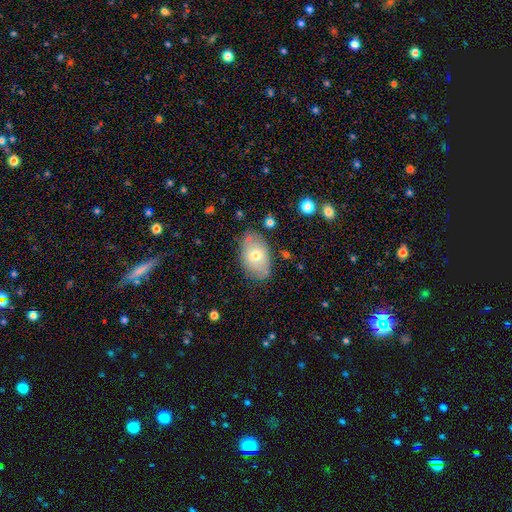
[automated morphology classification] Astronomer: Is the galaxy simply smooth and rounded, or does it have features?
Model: smooth — 67%.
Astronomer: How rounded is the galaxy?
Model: in between — 90%.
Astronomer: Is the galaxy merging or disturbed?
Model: none — 75%.